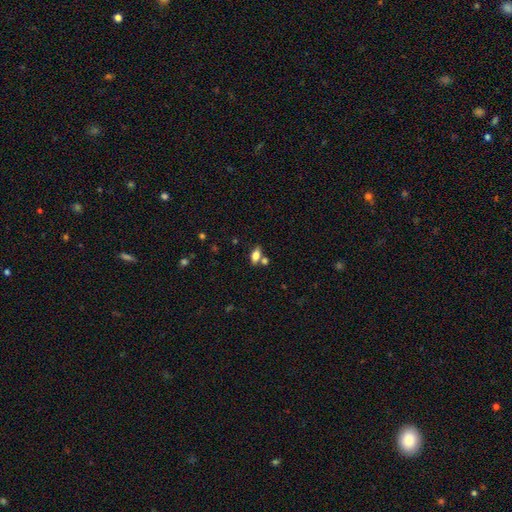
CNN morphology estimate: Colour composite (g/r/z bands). It shows a smooth galaxy with no disk features (74%) that is in between round and cigar-shaped (83%). Merging: none (64%).